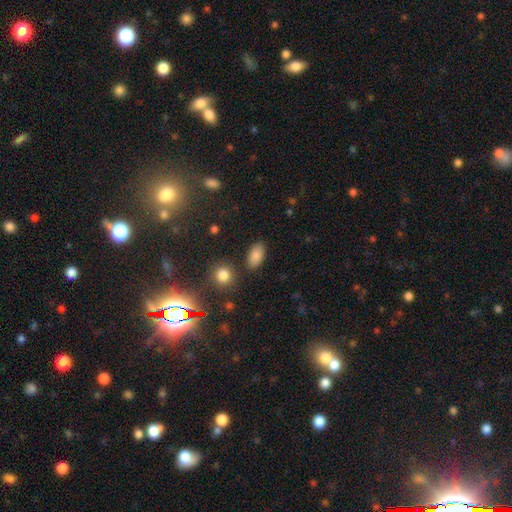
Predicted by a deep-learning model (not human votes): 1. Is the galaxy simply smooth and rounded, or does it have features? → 85% smooth, 9% star or artifact, 5% featured or disk.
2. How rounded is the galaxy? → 92% in between, 5% round, 3% cigar-shaped.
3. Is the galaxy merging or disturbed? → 84% none, 9% minor disturbance, 3% merger, 3% major disturbance.